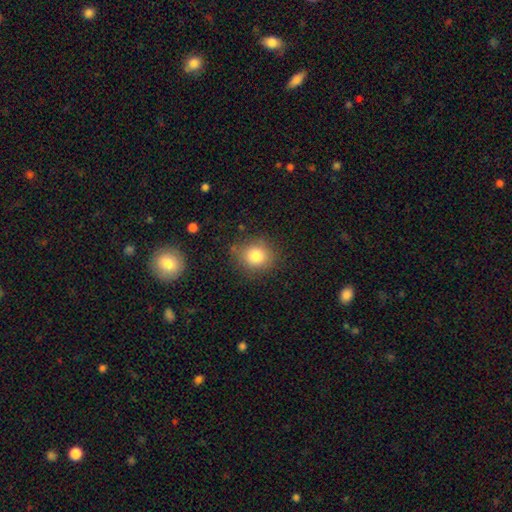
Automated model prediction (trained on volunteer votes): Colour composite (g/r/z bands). It shows a smooth galaxy with no disk features (82%) that is round (78%). Merging: none (82%).